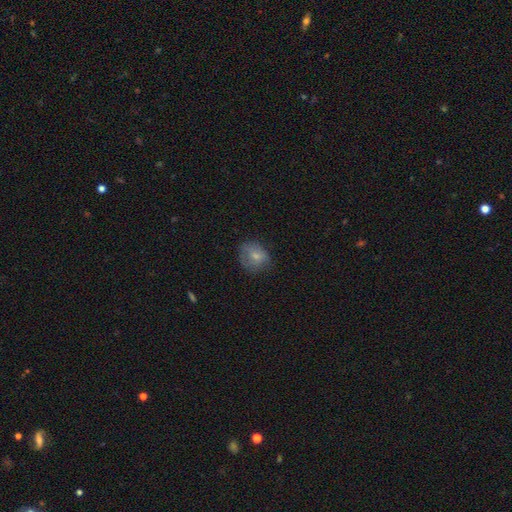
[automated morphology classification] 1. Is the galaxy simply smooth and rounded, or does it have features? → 66% smooth, 25% featured or disk, 9% star or artifact.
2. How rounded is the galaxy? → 61% round, 38% in between, 1% cigar-shaped.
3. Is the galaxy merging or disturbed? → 56% none, 28% minor disturbance, 14% major disturbance, 1% merger.